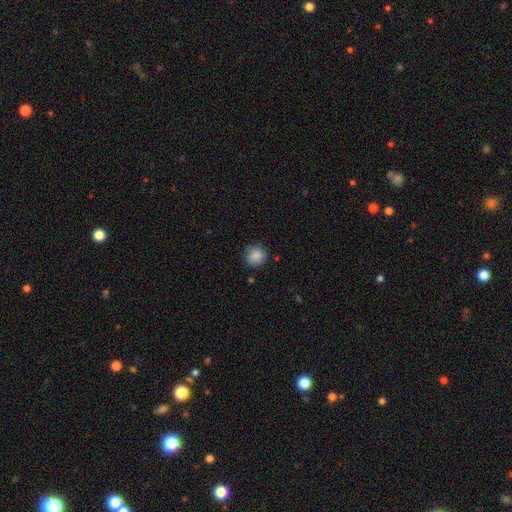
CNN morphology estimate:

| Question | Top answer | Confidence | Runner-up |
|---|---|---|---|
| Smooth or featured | smooth | 87% | star or artifact (8%) |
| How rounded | round | 84% | in between (15%) |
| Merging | none | 81% | minor disturbance (15%) |